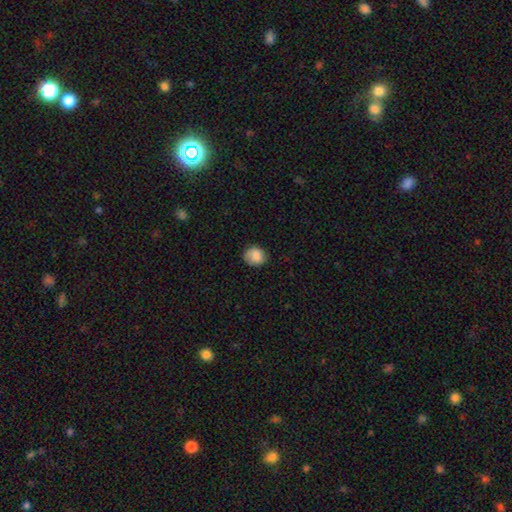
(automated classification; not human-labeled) The model was most divided on "how rounded": round: 69%, in between: 30%, cigar-shaped: 1%. More confident: smooth or featured — smooth (84%); merging — none (80%).